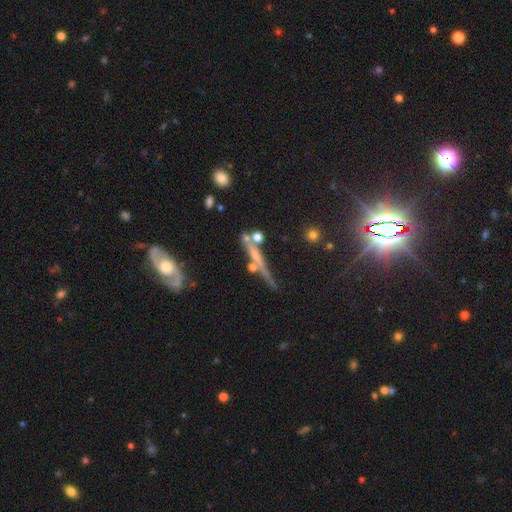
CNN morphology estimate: Q: Smooth or featured?
A: featured or disk (55%); runner-up: smooth (31%)
Q: Edge-on disk?
A: yes (86%); runner-up: no (14%)
Q: Merging?
A: none (60%); runner-up: minor disturbance (17%)